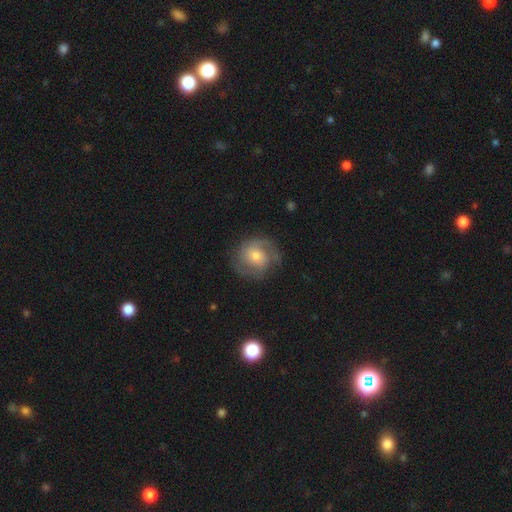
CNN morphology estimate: This appears to be a featured or disk galaxy (71%) with no bar (60%), 2 (73%) medium (45%) spiral arms (91%) and a moderate central bulge (49%). Merging: none (77%).